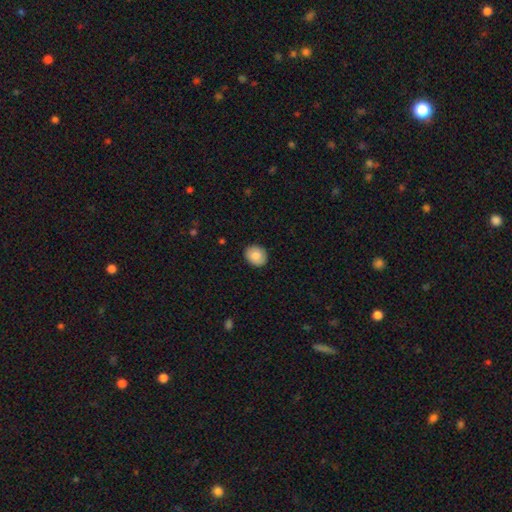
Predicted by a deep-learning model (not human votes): The model was most divided on "how rounded": round: 56%, in between: 43%, cigar-shaped: 1%. More confident: merging — none (89%); smooth or featured — smooth (85%).